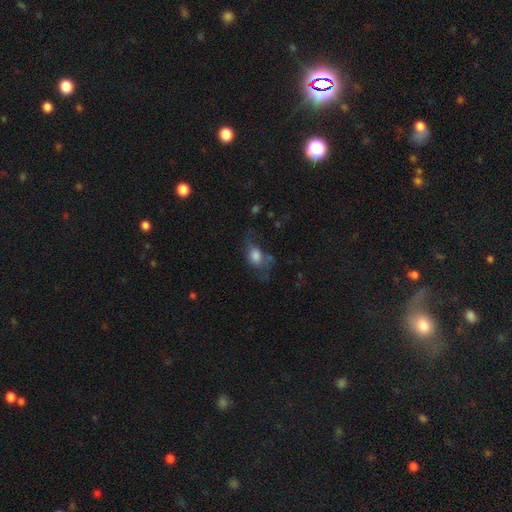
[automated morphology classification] Smooth or featured?
  - smooth: 66% *
  - featured or disk: 25%
  - star or artifact: 10%
How rounded?
  - in between: 71% *
  - round: 26%
  - cigar-shaped: 3%
Merging?
  - none: 38% *
  - major disturbance: 32%
  - minor disturbance: 26%
  - merger: 5%